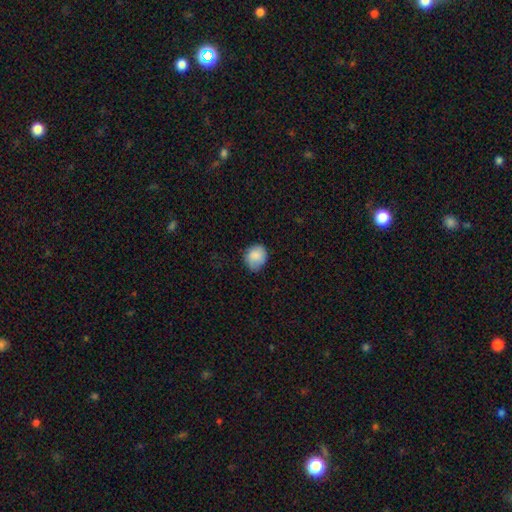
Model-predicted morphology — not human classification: smooth-or-featured: smooth: 87% | star or artifact: 7% | featured or disk: 6%
  how-rounded: round: 62% | in between: 37% | cigar-shaped: 1%
  merging: none: 72% | minor disturbance: 23% | major disturbance: 4% | merger: 1%